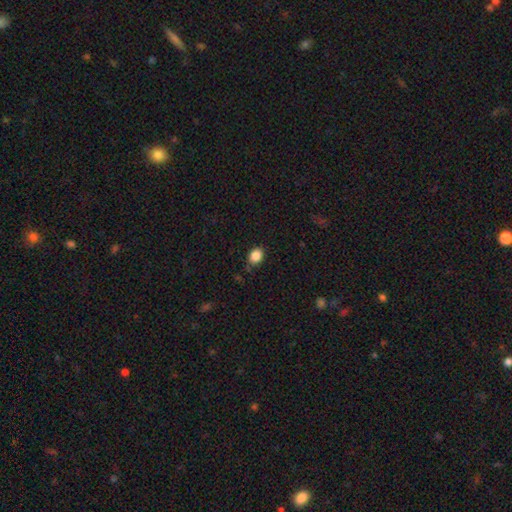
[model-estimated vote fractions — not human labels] A smooth galaxy with no disk features (86%) that is in between round and cigar-shaped (58%).

Vote fractions:
- Smooth or featured? smooth: 86% / star or artifact: 10% / featured or disk: 4%
- How rounded? in between: 58% / round: 41% / cigar-shaped: 1%
- Merging? none: 80% / minor disturbance: 15% / major disturbance: 3% / merger: 2%